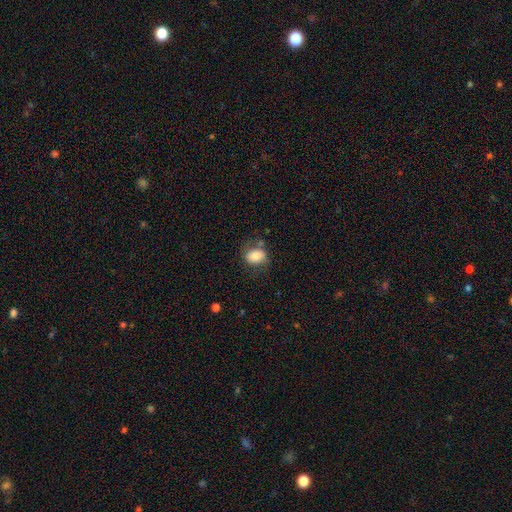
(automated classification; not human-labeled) A smooth galaxy with no disk features (78%) that is in between round and cigar-shaped (63%). Merging: none (66%).